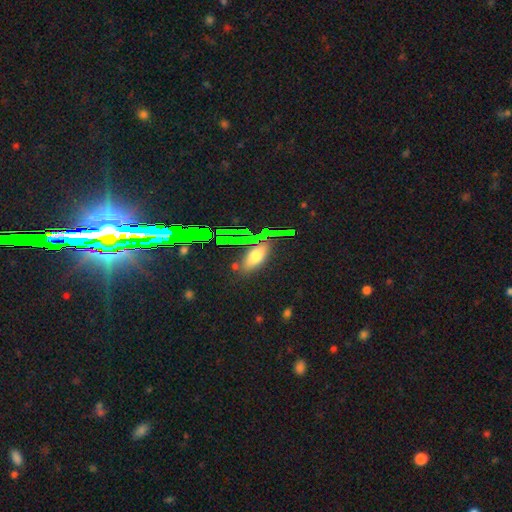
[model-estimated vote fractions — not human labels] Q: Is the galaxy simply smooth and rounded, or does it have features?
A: smooth — 65%.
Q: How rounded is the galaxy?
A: in between — 75%.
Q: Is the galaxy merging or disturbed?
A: none — 76%.